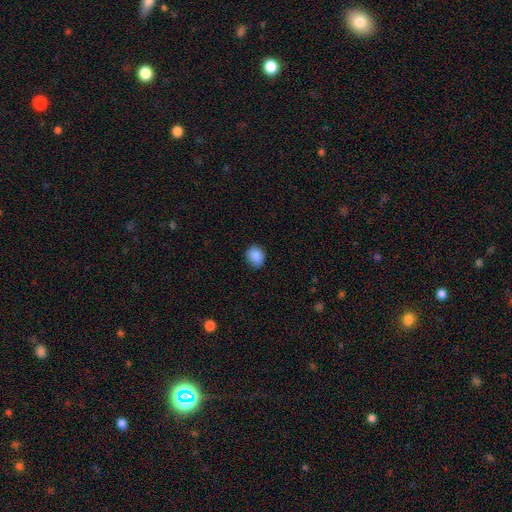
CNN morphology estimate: A smooth galaxy with no disk features (87%) that is round (62%).

Vote fractions:
- Smooth or featured? smooth: 87% / star or artifact: 8% / featured or disk: 4%
- How rounded? round: 62% / in between: 37% / cigar-shaped: 1%
- Merging? none: 82% / minor disturbance: 14% / major disturbance: 3% / merger: 1%